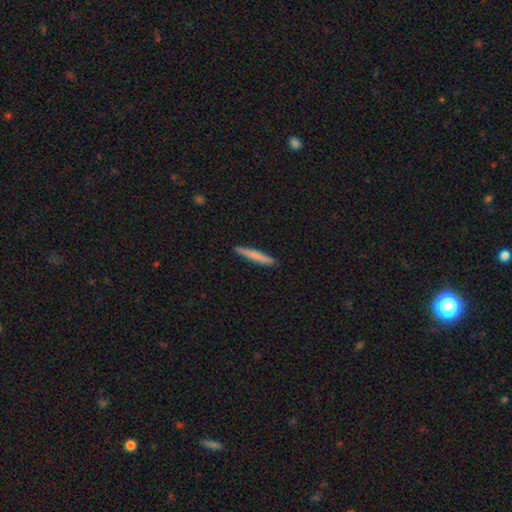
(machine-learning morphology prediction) Smooth or featured?
  - smooth: 74% *
  - featured or disk: 21%
  - star or artifact: 5%
How rounded?
  - cigar-shaped: 96% *
  - in between: 3%
  - round: 1%
Merging?
  - none: 91% *
  - minor disturbance: 6%
  - major disturbance: 1%
  - merger: 1%